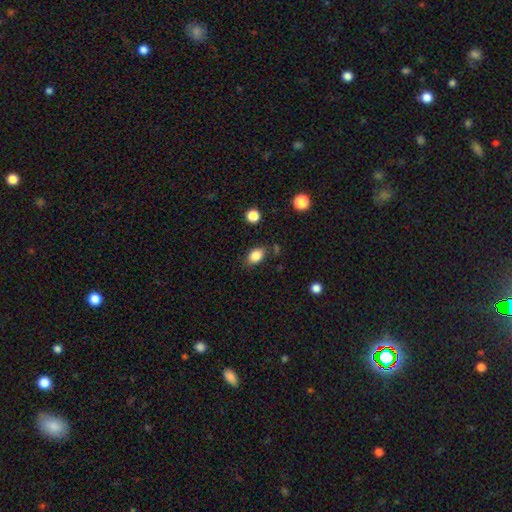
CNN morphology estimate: This appears to be a smooth galaxy with no disk features (84%) that is in between round and cigar-shaped (77%). Merging: none (78%).